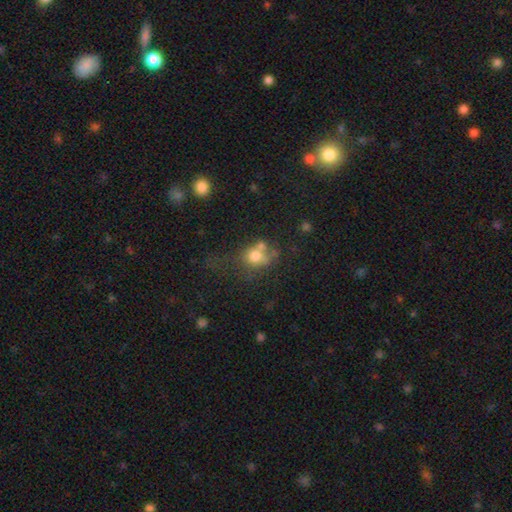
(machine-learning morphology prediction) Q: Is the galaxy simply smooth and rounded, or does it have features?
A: smooth — 68%.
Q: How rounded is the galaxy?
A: round — 72%.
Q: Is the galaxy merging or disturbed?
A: none — 38%.